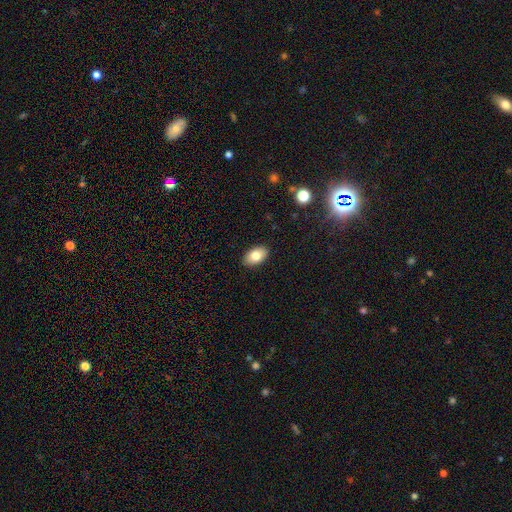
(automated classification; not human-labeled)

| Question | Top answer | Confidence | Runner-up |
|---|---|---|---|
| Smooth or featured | smooth | 81% | featured or disk (11%) |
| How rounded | in between | 92% | round (6%) |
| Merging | none | 89% | minor disturbance (8%) |